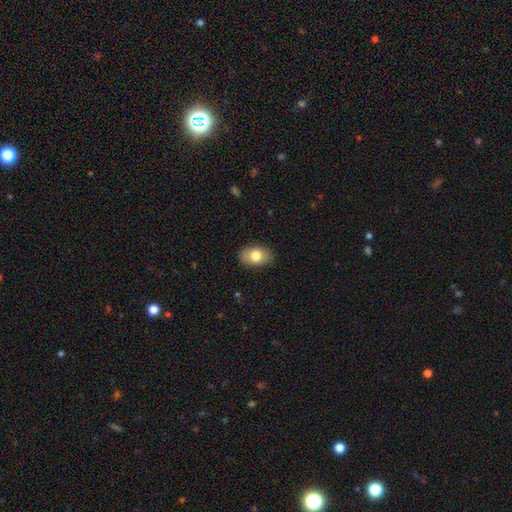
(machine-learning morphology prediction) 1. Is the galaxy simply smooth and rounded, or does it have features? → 79% smooth, 13% featured or disk, 7% star or artifact.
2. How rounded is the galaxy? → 88% in between, 11% round, 1% cigar-shaped.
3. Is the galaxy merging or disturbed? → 87% none, 10% minor disturbance, 2% major disturbance, 1% merger.